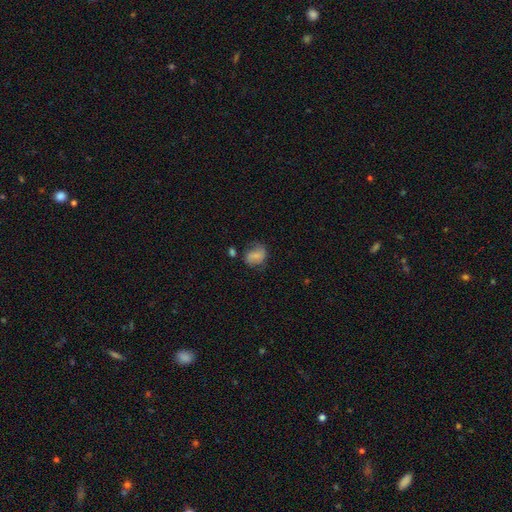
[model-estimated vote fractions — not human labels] Smooth or featured?
  - smooth: 64% *
  - featured or disk: 26%
  - star or artifact: 9%
How rounded?
  - in between: 51% *
  - round: 48%
  - cigar-shaped: 1%
Merging?
  - none: 54% *
  - minor disturbance: 28%
  - major disturbance: 12%
  - merger: 5%